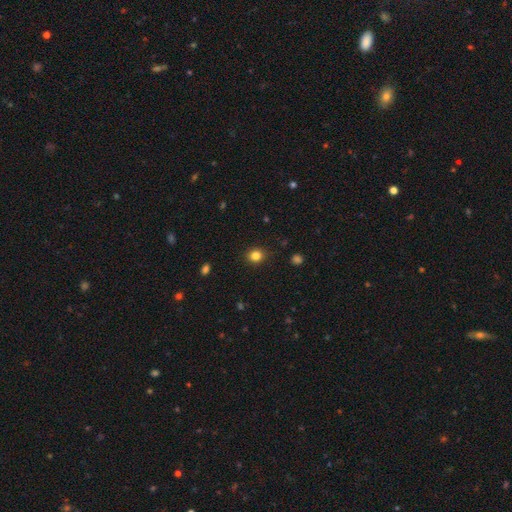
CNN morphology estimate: type=smooth (83%); roundness=round (80%); merging=none (89%).